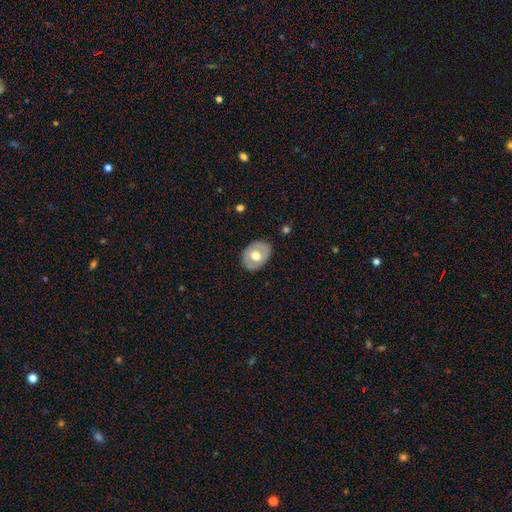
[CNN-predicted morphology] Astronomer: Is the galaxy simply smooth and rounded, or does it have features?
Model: smooth — 51% (runner-up: featured or disk, 43%).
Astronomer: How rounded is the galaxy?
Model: in between — 67%.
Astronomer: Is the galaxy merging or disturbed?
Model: none — 83%.